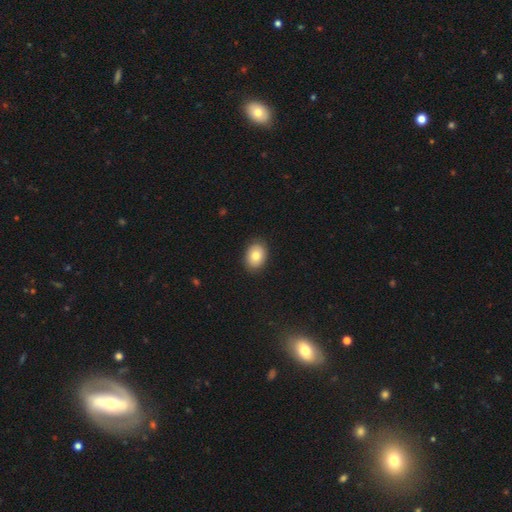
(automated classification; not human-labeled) This is clearly a smooth galaxy (80%). How rounded: likely in between (70%). Merging: clearly none (88%).